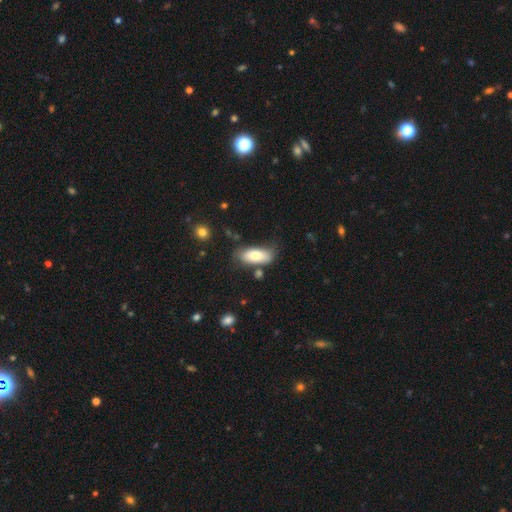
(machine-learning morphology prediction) Overall: smooth (73%). How rounded: in between (85%). Merging: none (72%).